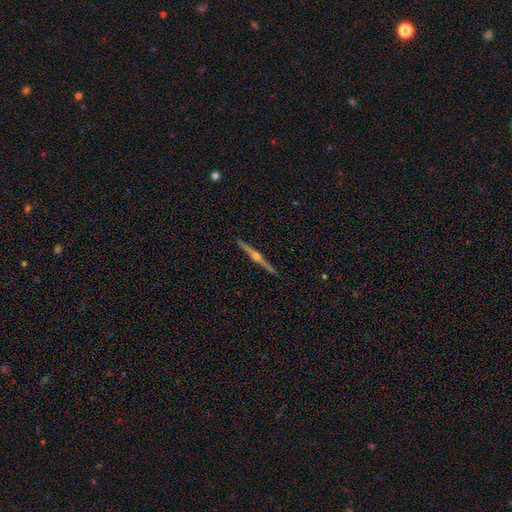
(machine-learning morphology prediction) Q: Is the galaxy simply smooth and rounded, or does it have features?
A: featured or disk — 77%.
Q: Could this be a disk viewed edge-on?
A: yes — 97%.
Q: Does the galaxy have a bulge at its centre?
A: rounded — 83%.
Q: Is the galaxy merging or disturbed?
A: none — 91%.